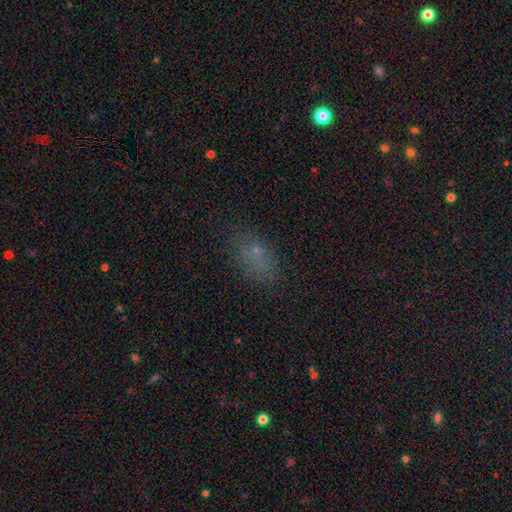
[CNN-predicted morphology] Q: Smooth or featured?
A: smooth (64%); runner-up: star or artifact (22%)
Q: How rounded?
A: in between (85%); runner-up: round (11%)
Q: Merging?
A: none (70%); runner-up: minor disturbance (19%)